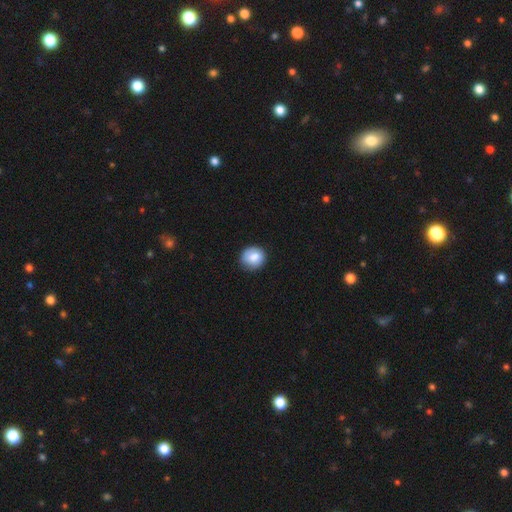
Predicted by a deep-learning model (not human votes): smooth_or_featured: smooth (p=0.83) [alt: featured or disk p=0.09]
how_rounded: round (p=0.85) [alt: in between p=0.14]
merging: none (p=0.81) [alt: minor disturbance p=0.15]